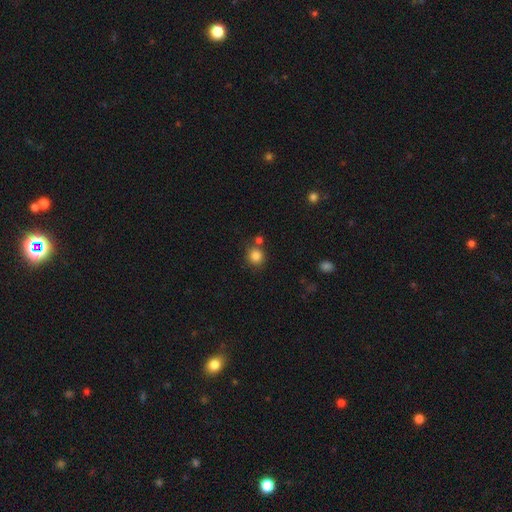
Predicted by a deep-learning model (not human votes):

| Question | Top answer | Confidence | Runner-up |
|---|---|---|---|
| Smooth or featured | smooth | 84% | star or artifact (11%) |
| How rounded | round | 90% | in between (9%) |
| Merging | none | 73% | merger (14%) |